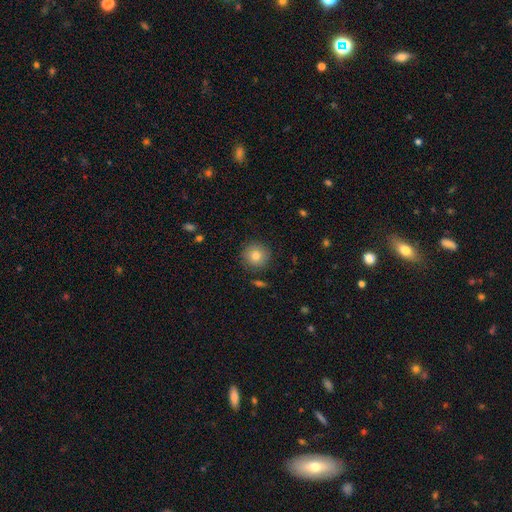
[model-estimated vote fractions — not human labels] The model was most divided on "smooth or featured": smooth: 73%, featured or disk: 17%, star or artifact: 11%. More confident: how rounded — round (93%); merging — none (84%).